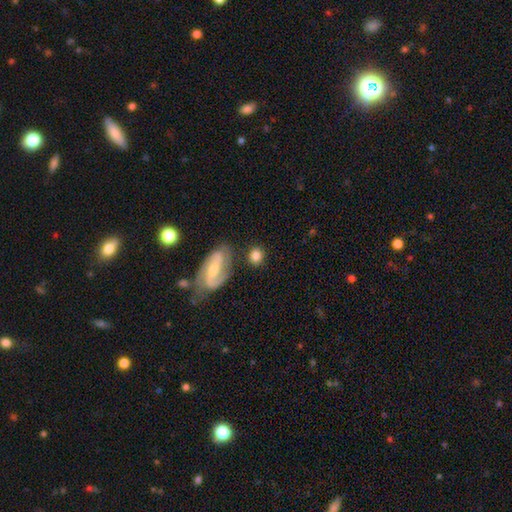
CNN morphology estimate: Smooth or featured? Predicted: smooth (p=0.79). How rounded? Predicted: round (p=0.78). Merging? Predicted: none (p=0.78).